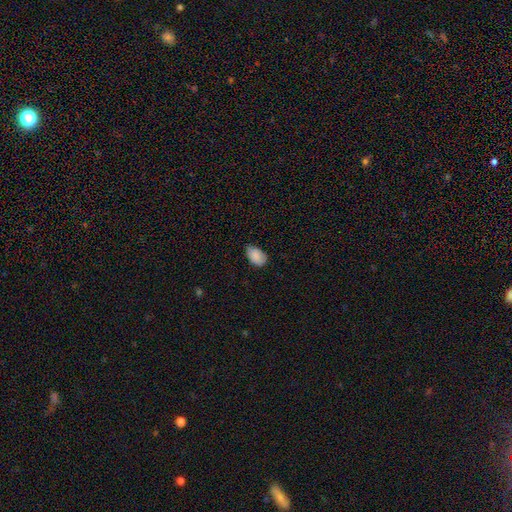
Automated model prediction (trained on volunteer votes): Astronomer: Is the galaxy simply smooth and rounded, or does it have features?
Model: smooth — 86%.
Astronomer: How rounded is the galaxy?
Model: in between — 90%.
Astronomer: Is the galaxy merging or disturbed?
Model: none — 65%.